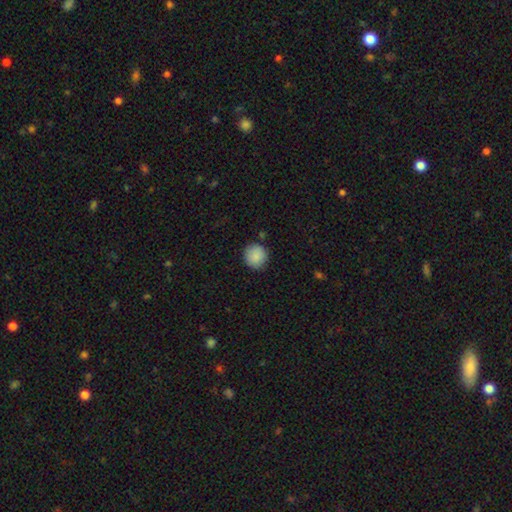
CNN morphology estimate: A smooth galaxy with no disk features (88%) that is round (92%).

Vote fractions:
- Smooth or featured? smooth: 88% / star or artifact: 7% / featured or disk: 4%
- How rounded? round: 92% / in between: 7% / cigar-shaped: 1%
- Merging? none: 85% / minor disturbance: 11% / major disturbance: 2% / merger: 2%